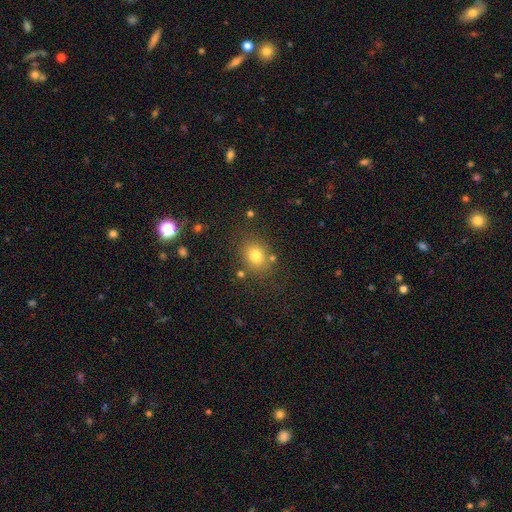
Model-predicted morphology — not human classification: Smooth or featured? smooth (78%)
How rounded? round (54%)
Merging? none (78%)